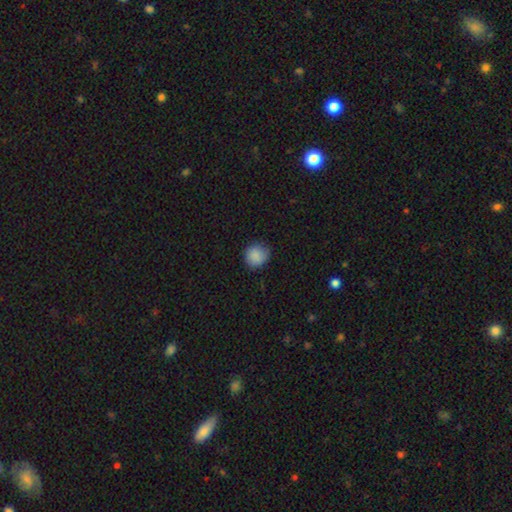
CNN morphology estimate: smooth_or_featured: smooth (p=0.87) [alt: star or artifact p=0.08]
how_rounded: round (p=0.88) [alt: in between p=0.11]
merging: none (p=0.77) [alt: minor disturbance p=0.18]